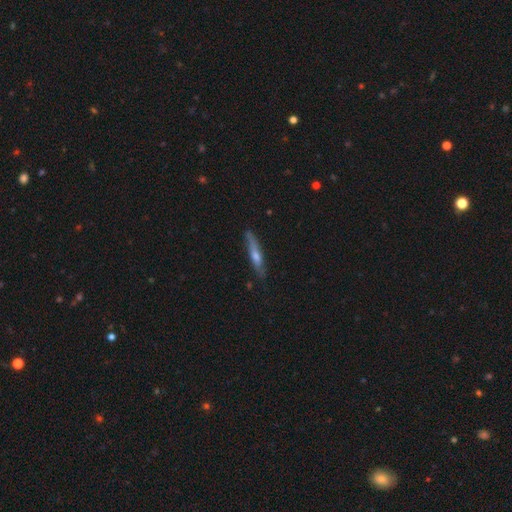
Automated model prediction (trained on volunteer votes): A featured or disk galaxy (52%) viewed edge-on (89%). Merging: none (79%).